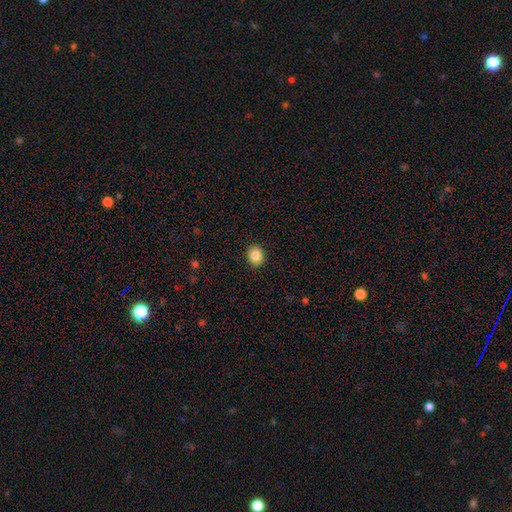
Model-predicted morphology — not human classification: Smooth or featured: smooth — 86% (star or artifact — 9%)
How rounded: round — 63% (in between — 36%)
Merging: none — 91% (minor disturbance — 6%)